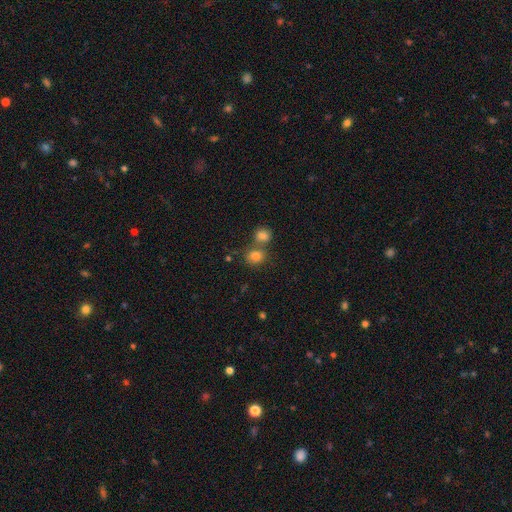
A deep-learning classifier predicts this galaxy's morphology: Overall: smooth (81%). How rounded: round (70%). Merging: none (48%; merger 40%).